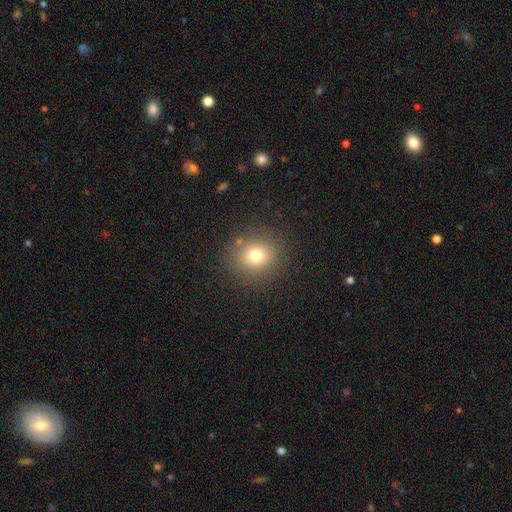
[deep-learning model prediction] smooth 75%, star or artifact 15%, featured or disk 10%. Down the decision tree: how rounded — round (77%); merging — none (86%).